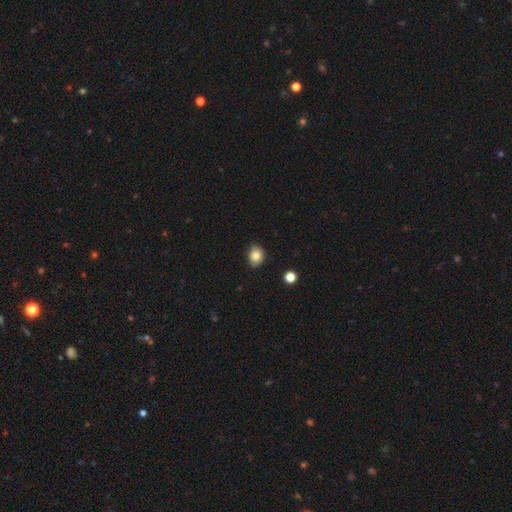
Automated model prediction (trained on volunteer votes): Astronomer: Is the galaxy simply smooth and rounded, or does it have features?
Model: smooth — 84%.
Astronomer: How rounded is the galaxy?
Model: round — 54% (runner-up: in between, 45%).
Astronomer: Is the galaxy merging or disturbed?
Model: none — 79%.